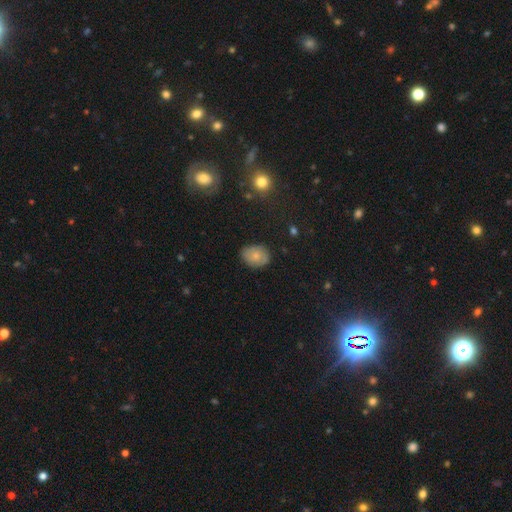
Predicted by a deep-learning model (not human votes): smooth 67%, featured or disk 24%, star or artifact 9%. Down the decision tree: how rounded — in between (61%); merging — none (77%).